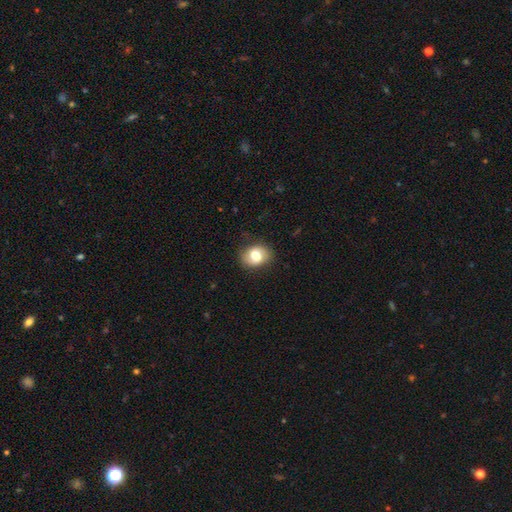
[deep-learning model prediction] Morphology: type=smooth (73%); roundness=in between (58%); merging=none (80%).